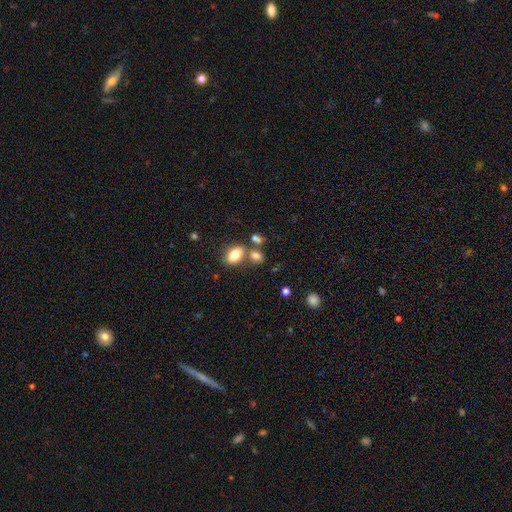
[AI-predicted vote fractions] Morphology: type=smooth (78%); roundness=in between (79%); merging=none (56%).